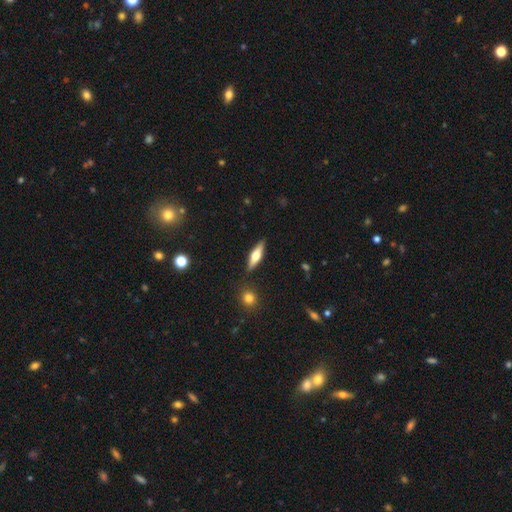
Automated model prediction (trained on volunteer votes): Overall: featured or disk (47%, tied with smooth). Merging: none (87%).